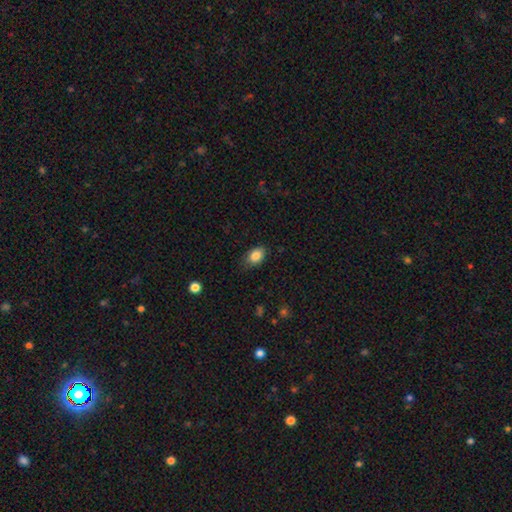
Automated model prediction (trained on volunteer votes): A smooth galaxy with no disk features (86%) that is in between round and cigar-shaped (84%).

Vote fractions:
- Smooth or featured? smooth: 86% / star or artifact: 8% / featured or disk: 6%
- How rounded? in between: 84% / round: 15% / cigar-shaped: 1%
- Merging? none: 77% / minor disturbance: 18% / major disturbance: 4% / merger: 1%